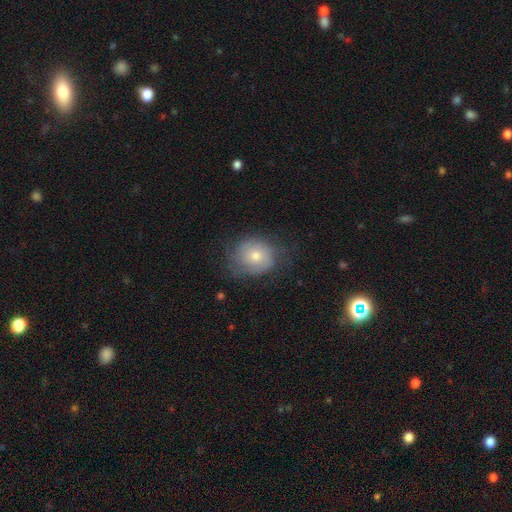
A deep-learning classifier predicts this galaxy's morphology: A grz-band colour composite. It shows a smooth galaxy with no disk features (49%). Merging: none (62%).